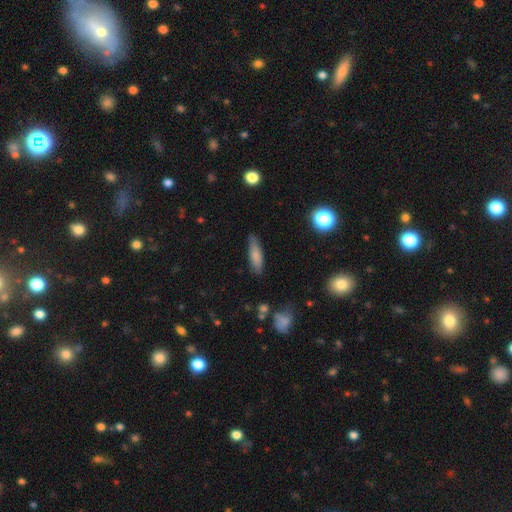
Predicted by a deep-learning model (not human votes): Morphology: type=smooth (78%); roundness=cigar-shaped (60%); merging=none (81%).